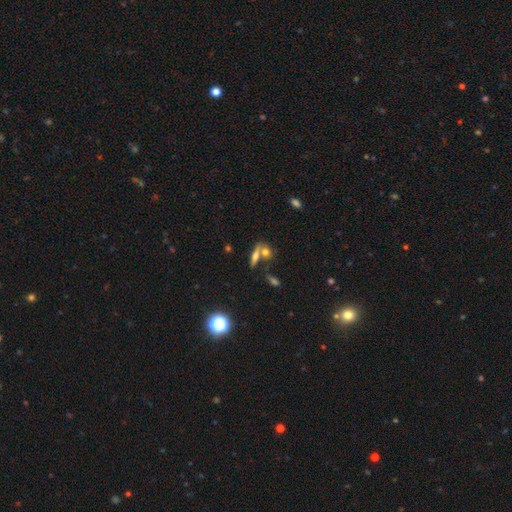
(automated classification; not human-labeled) Smooth or featured?
  - smooth: 50% *
  - featured or disk: 35%
  - star or artifact: 15%
How rounded?
  - cigar-shaped: 48% *
  - in between: 39%
  - round: 13%
Merging?
  - none: 53% *
  - merger: 32%
  - minor disturbance: 10%
  - major disturbance: 5%